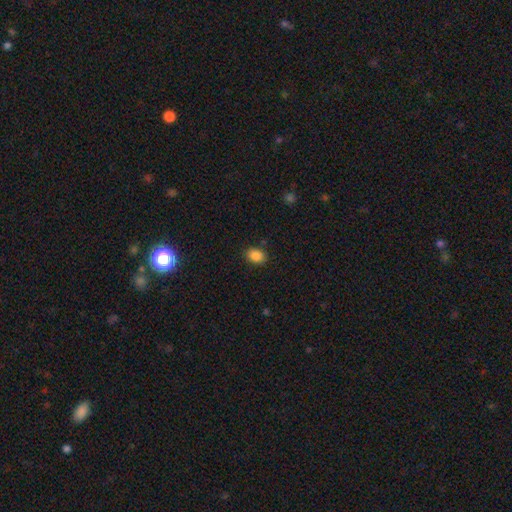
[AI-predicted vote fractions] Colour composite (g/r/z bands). It shows a smooth galaxy with no disk features (86%) that is in between round and cigar-shaped (65%). Merging: none (86%).